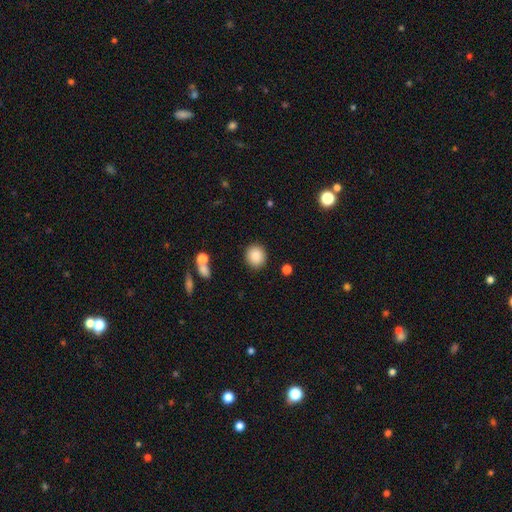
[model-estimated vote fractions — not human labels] Smooth or featured? smooth (88%)
How rounded? round (79%)
Merging? none (88%)